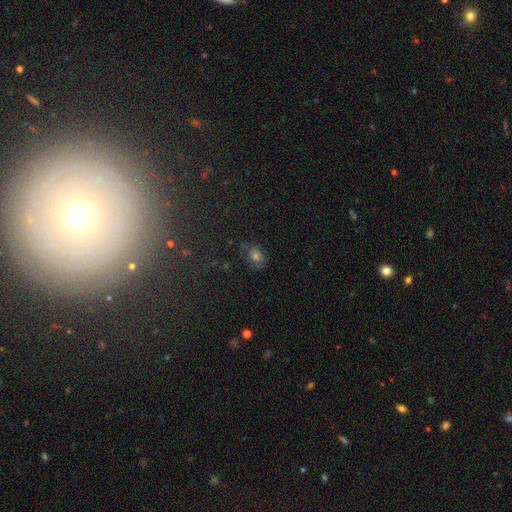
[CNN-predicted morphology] Q: Smooth or featured?
A: smooth (52%); runner-up: star or artifact (29%)
Q: How rounded?
A: in between (56%); runner-up: round (42%)
Q: Merging?
A: none (74%); runner-up: minor disturbance (18%)